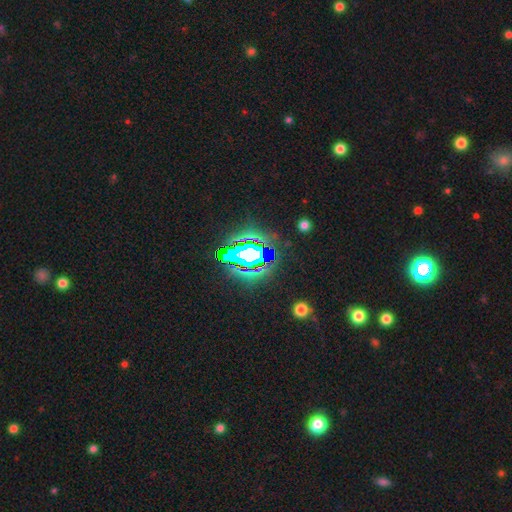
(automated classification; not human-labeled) The model was most divided on "smooth or featured": star or artifact: 81%, smooth: 11%, featured or disk: 8%.